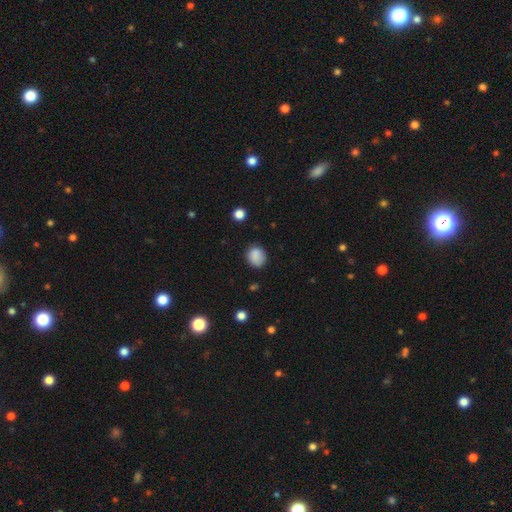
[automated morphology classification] Q: Smooth or featured?
A: smooth (86%); runner-up: star or artifact (9%)
Q: How rounded?
A: round (70%); runner-up: in between (29%)
Q: Merging?
A: none (79%); runner-up: minor disturbance (16%)